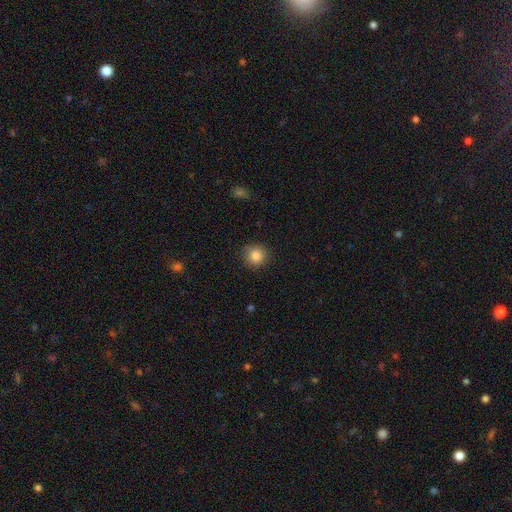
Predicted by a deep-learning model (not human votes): smooth_or_featured: smooth (p=0.86) [alt: star or artifact p=0.10]
how_rounded: round (p=0.92) [alt: in between p=0.07]
merging: none (p=0.88) [alt: minor disturbance p=0.08]